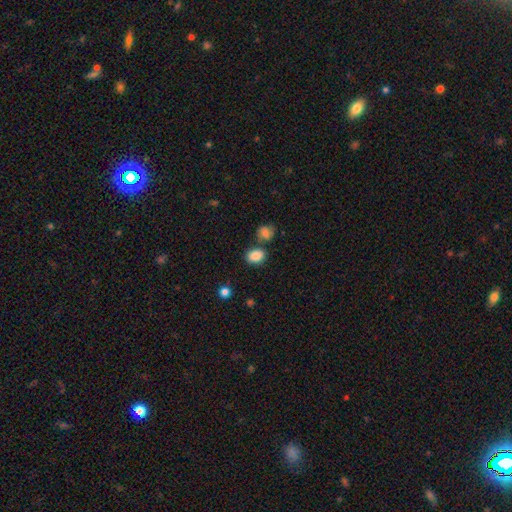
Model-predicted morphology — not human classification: smooth_or_featured: smooth (p=0.87) [alt: star or artifact p=0.09]
how_rounded: in between (p=0.67) [alt: round p=0.32]
merging: none (p=0.70) [alt: merger p=0.14]